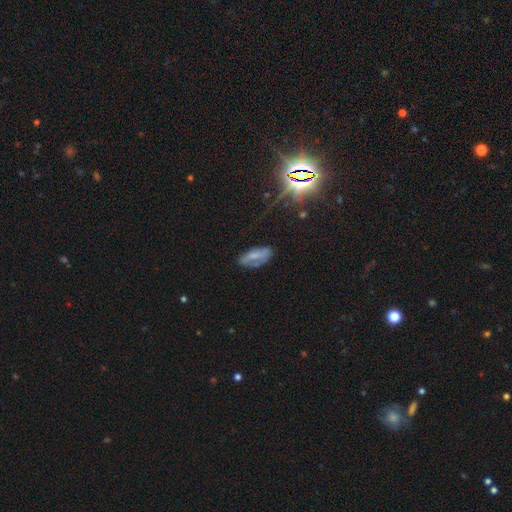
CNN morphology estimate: smooth_or_featured: smooth (p=0.54) [alt: featured or disk p=0.34]
how_rounded: in between (p=0.84) [alt: cigar-shaped p=0.13]
merging: none (p=0.60) [alt: minor disturbance p=0.27]